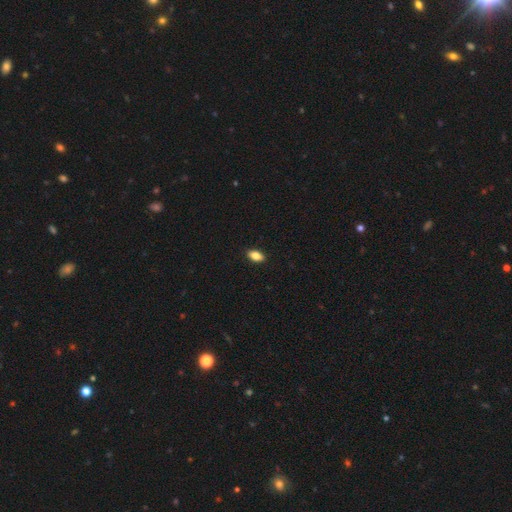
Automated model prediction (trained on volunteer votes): smooth_or_featured: smooth (p=0.84) [alt: featured or disk p=0.08]
how_rounded: in between (p=0.90) [alt: round p=0.06]
merging: none (p=0.90) [alt: minor disturbance p=0.07]